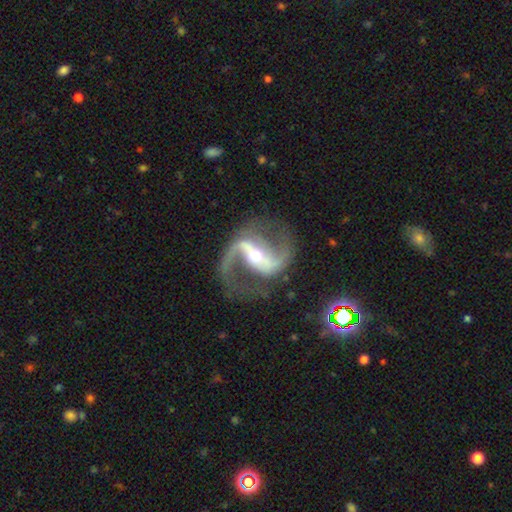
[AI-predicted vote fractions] Smooth or featured: featured or disk — 93% (star or artifact — 5%)
Edge-on disk: no — 97% (yes — 3%)
Bar: strong — 60% (weak — 27%)
Spiral arms: yes — 98% (no — 2%)
Spiral winding: loose — 50% (medium — 43%)
Spiral arm count: 2 — 93% (1 — 2%)
Bulge size: moderate — 51% (small — 43%)
Merging: none — 75% (minor disturbance — 13%)